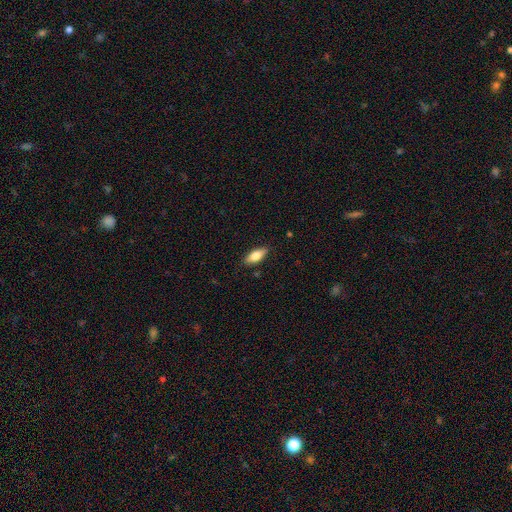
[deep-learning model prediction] Smooth or featured?
  - smooth: 75% *
  - featured or disk: 19%
  - star or artifact: 6%
How rounded?
  - in between: 78% *
  - cigar-shaped: 20%
  - round: 2%
Merging?
  - none: 87% *
  - minor disturbance: 10%
  - major disturbance: 2%
  - merger: 1%